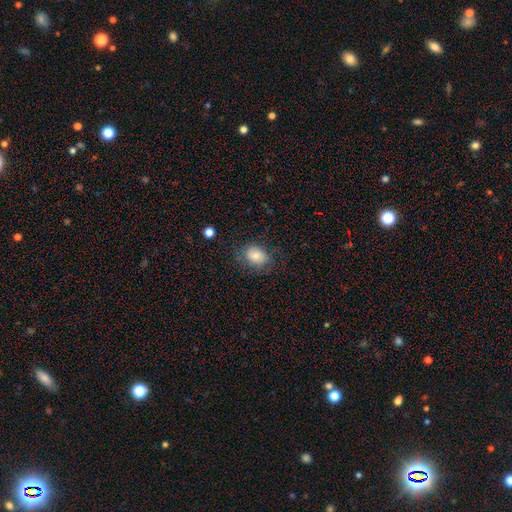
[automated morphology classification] A smooth galaxy with no disk features (78%) that is in between round and cigar-shaped (64%).

Vote fractions:
- Smooth or featured? smooth: 78% / featured or disk: 13% / star or artifact: 9%
- How rounded? in between: 64% / round: 35% / cigar-shaped: 1%
- Merging? none: 69% / minor disturbance: 20% / major disturbance: 10% / merger: 2%